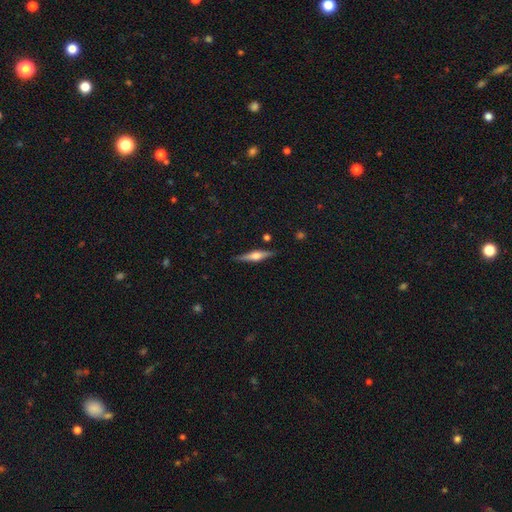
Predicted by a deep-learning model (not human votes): A featured or disk galaxy (69%) viewed edge-on (98%) with a rounded central bulge (88%). Merging: none (88%).